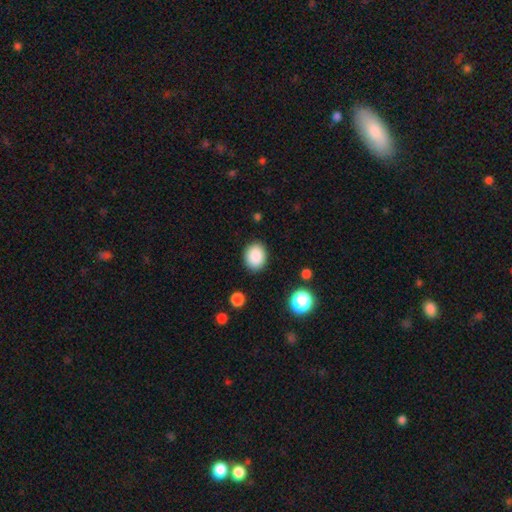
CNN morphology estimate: The model was most divided on "how rounded": round: 54%, in between: 45%, cigar-shaped: 1%. More confident: smooth or featured — smooth (87%); merging — none (87%).